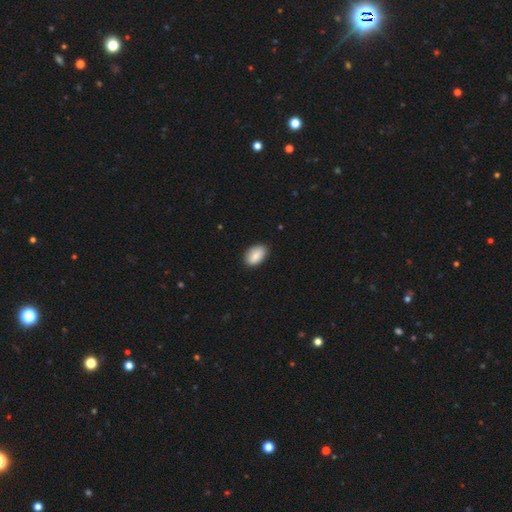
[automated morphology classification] Q: Smooth or featured?
A: smooth (87%); runner-up: star or artifact (6%)
Q: How rounded?
A: in between (93%); runner-up: round (6%)
Q: Merging?
A: none (84%); runner-up: minor disturbance (13%)